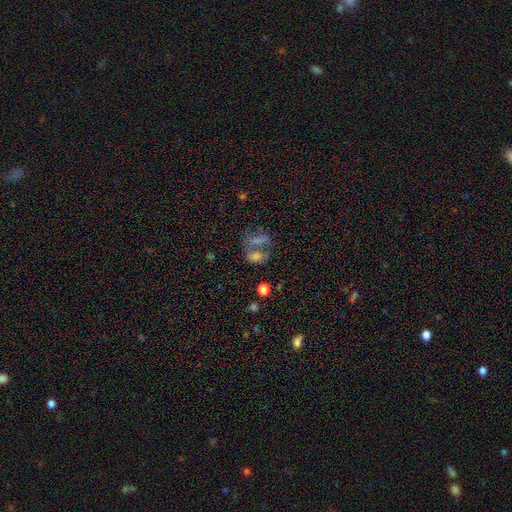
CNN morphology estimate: A smooth galaxy with no disk features (53%) that is in between round and cigar-shaped (67%). Merging: merger (48%).